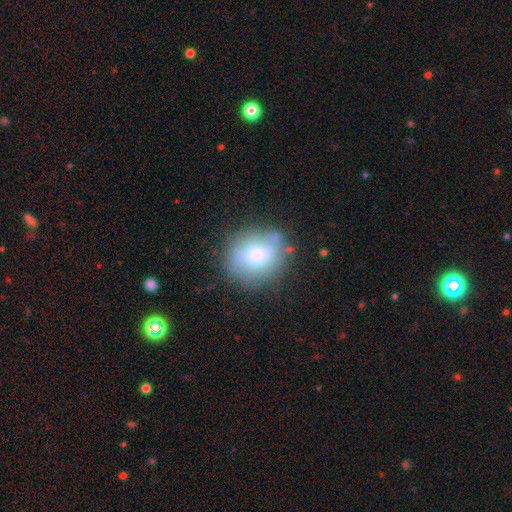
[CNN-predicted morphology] Q: Smooth or featured?
A: smooth (68%); runner-up: featured or disk (22%)
Q: How rounded?
A: round (77%); runner-up: in between (22%)
Q: Merging?
A: none (67%); runner-up: minor disturbance (20%)